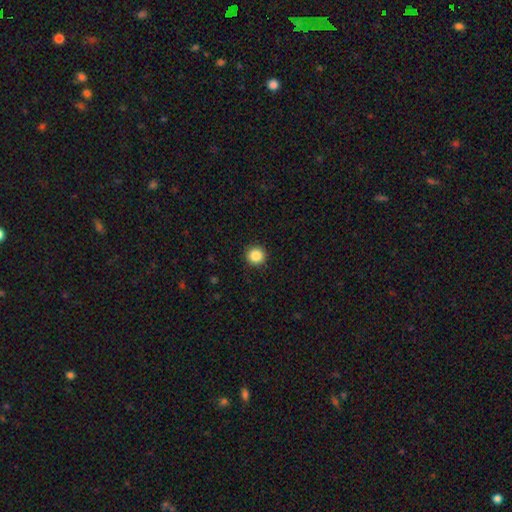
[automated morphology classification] This is clearly a smooth galaxy (86%). How rounded: clearly round (95%). Merging: clearly none (92%).